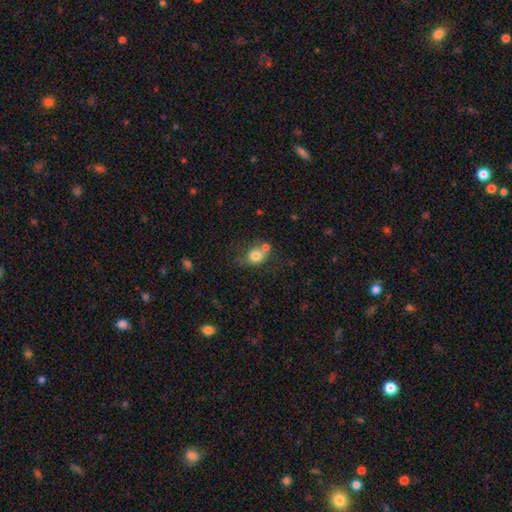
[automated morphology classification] smooth 76%, featured or disk 13%, star or artifact 10%. Down the decision tree: how rounded — round (60%); merging — none (45%).